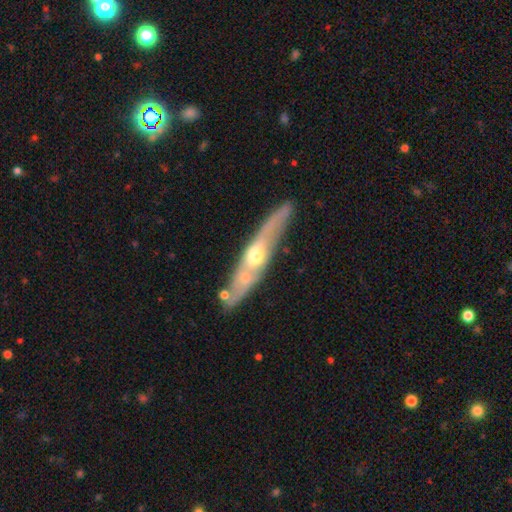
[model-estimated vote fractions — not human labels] Smooth or featured? featured or disk (66%)
Edge-on disk? yes (73%)
Merging? none (73%)